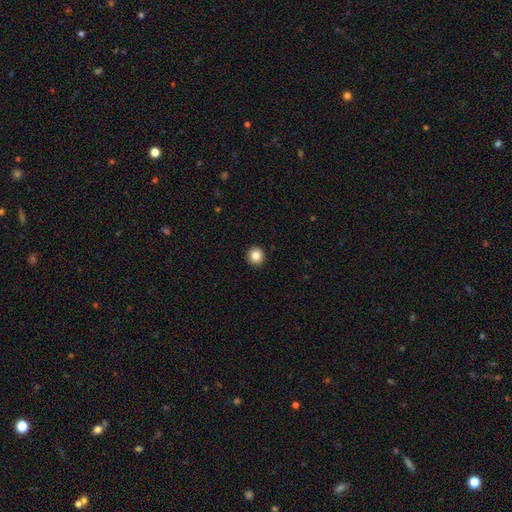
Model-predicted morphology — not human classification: Smooth or featured? smooth (84%)
How rounded? round (93%)
Merging? none (93%)